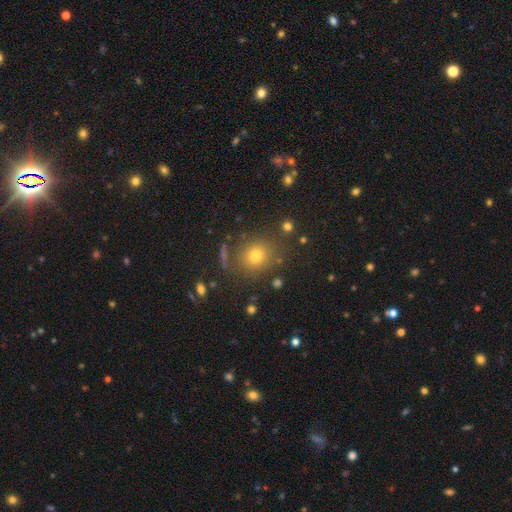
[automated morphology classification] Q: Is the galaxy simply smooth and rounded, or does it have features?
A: smooth — 72%.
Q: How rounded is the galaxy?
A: round — 79%.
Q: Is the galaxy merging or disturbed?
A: none — 81%.